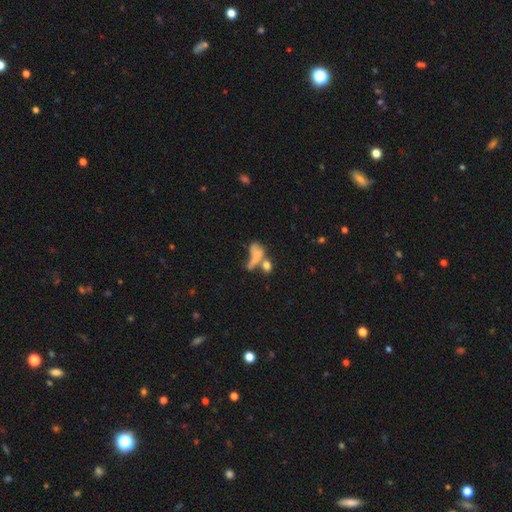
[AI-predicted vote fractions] The model was most divided on "merging": merger: 45%, major disturbance: 24%, none: 20%, minor disturbance: 11%. More confident: how rounded — in between (64%); smooth or featured — smooth (57%).